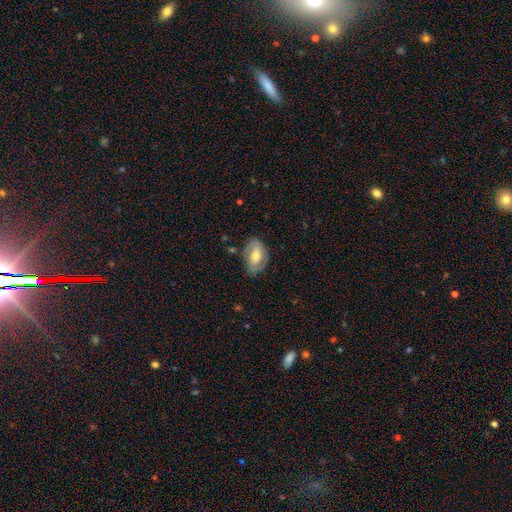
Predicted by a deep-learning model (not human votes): smooth 50%, featured or disk 43%, star or artifact 7%. Down the decision tree: how rounded — in between (88%); merging — none (69%).